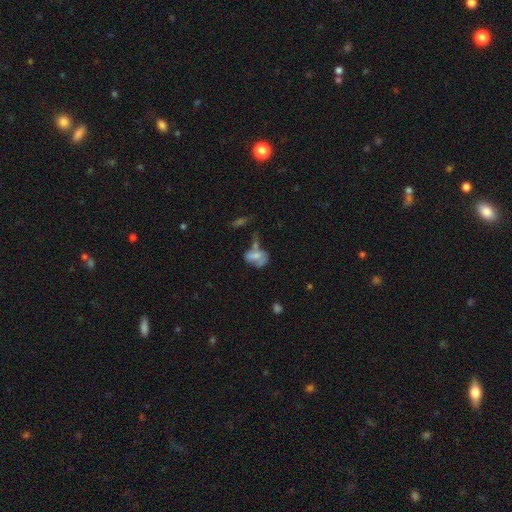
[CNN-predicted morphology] type=smooth (51%); roundness=in between (78%); merging=merger (31%).